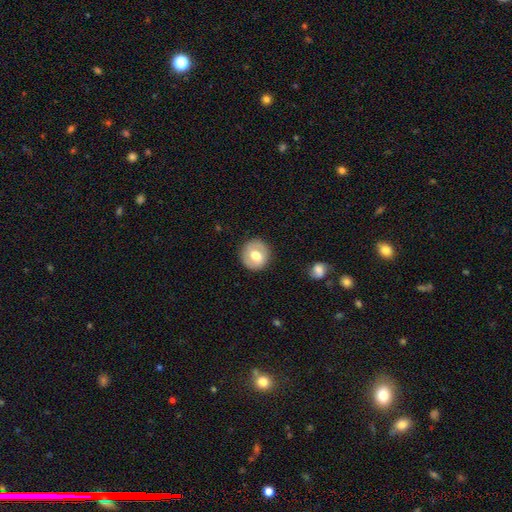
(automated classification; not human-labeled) Q: Smooth or featured?
A: smooth (60%); runner-up: featured or disk (33%)
Q: How rounded?
A: round (89%); runner-up: in between (10%)
Q: Merging?
A: none (87%); runner-up: minor disturbance (9%)